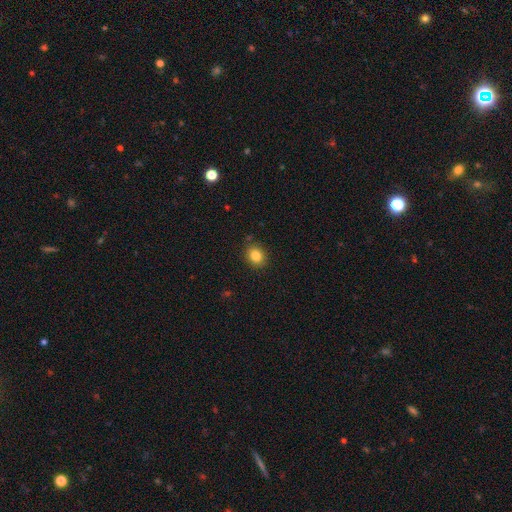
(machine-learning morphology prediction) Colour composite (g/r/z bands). It shows a smooth galaxy with no disk features (84%) that is round (56%). Merging: none (87%).